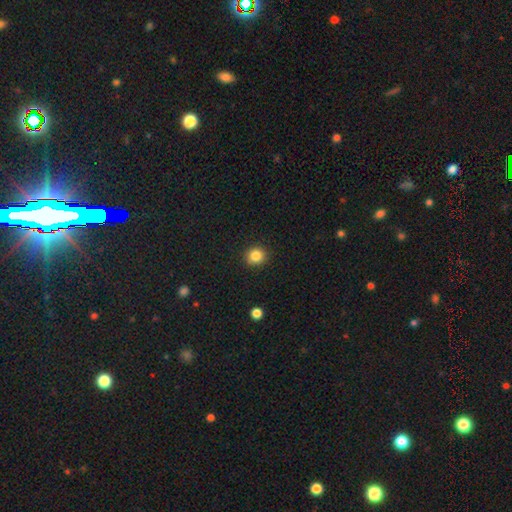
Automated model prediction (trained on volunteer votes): Overall: smooth (84%). How rounded: round (90%). Merging: none (90%).